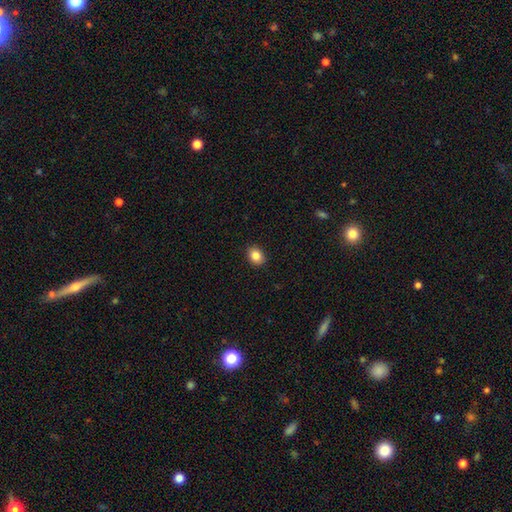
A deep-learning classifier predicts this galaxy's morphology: This appears to be a smooth galaxy with no disk features (85%) that is in between round and cigar-shaped (56%). Merging: none (90%).